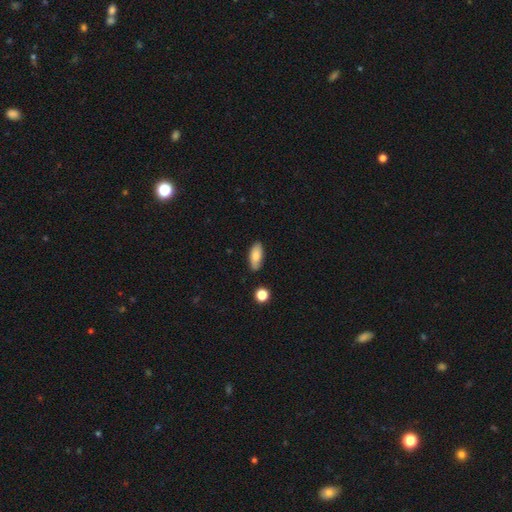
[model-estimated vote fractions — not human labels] Smooth or featured? smooth (80%)
How rounded? in between (84%)
Merging? none (80%)